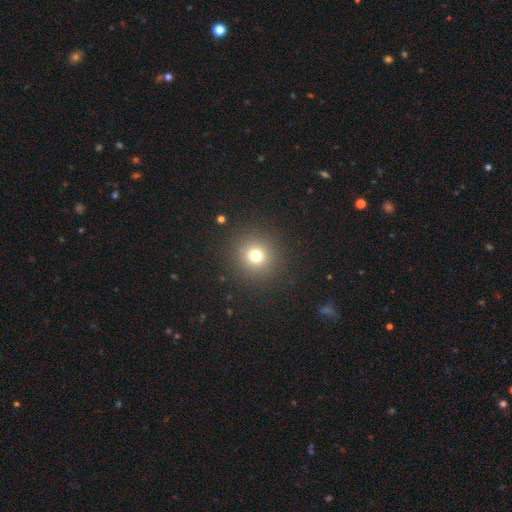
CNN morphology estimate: Smooth or featured? smooth (74%)
How rounded? round (93%)
Merging? none (90%)